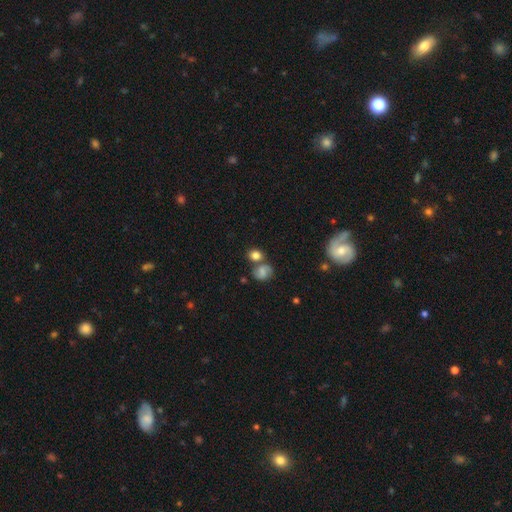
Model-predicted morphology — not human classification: type=smooth (74%); roundness=round (67%); merging=none (54%).